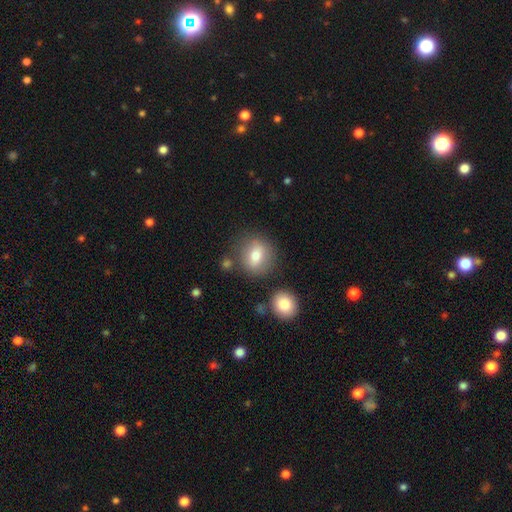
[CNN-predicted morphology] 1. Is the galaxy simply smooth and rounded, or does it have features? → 72% smooth, 19% featured or disk, 9% star or artifact.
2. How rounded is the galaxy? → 67% round, 31% in between, 2% cigar-shaped.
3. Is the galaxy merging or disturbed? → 78% none, 12% minor disturbance, 6% merger, 4% major disturbance.